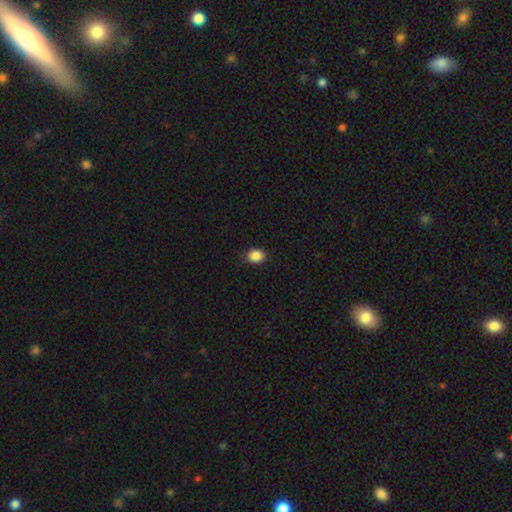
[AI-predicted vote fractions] smooth-or-featured: smooth: 87% | star or artifact: 9% | featured or disk: 3%
  how-rounded: in between: 55% | round: 44% | cigar-shaped: 1%
  merging: none: 85% | minor disturbance: 11% | major disturbance: 2% | merger: 1%